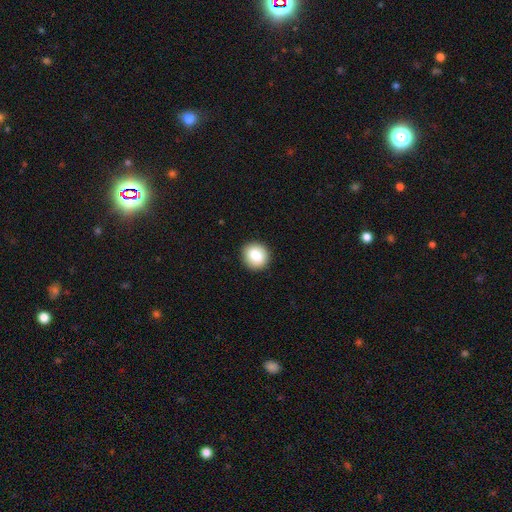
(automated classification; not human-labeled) Morphology: type=smooth (83%); roundness=round (81%); merging=none (90%).